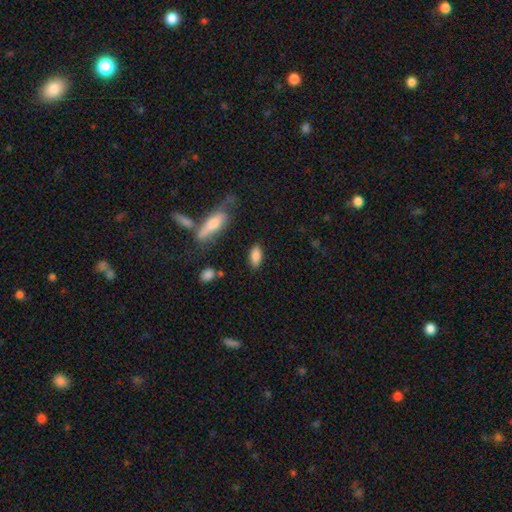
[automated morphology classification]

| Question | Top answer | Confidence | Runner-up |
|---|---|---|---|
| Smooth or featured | smooth | 85% | featured or disk (8%) |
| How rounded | in between | 88% | cigar-shaped (9%) |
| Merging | none | 82% | minor disturbance (11%) |